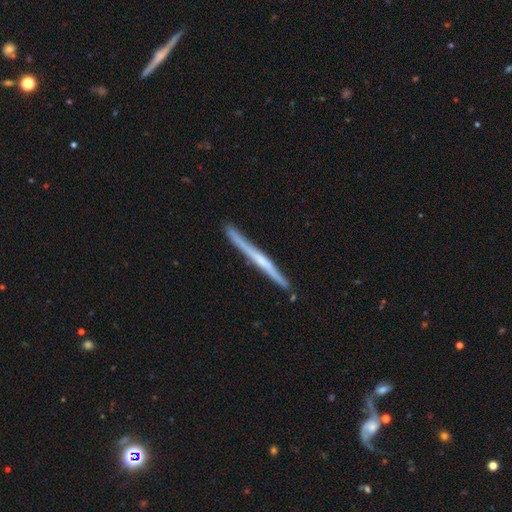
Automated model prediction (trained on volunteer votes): Smooth or featured?
  - featured or disk: 69% *
  - smooth: 25%
  - star or artifact: 6%
Edge-on disk?
  - yes: 98% *
  - no: 2%
Edge-on bulge?
  - none: 54% *
  - rounded: 36%
  - boxy: 10%
Merging?
  - none: 89% *
  - minor disturbance: 8%
  - major disturbance: 1%
  - merger: 1%